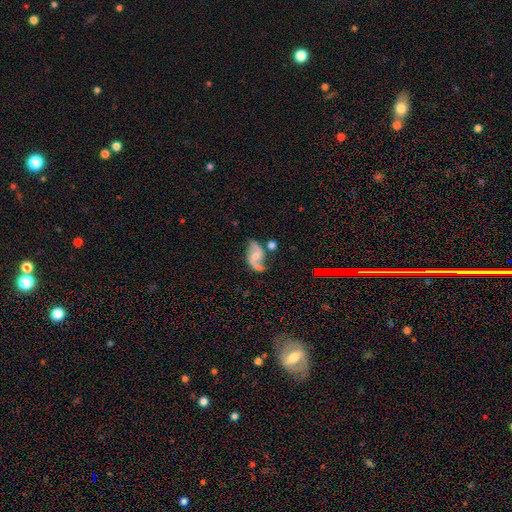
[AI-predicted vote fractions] A featured or disk galaxy (83%) with no bar (50%), 2 (90%) loose (60%) spiral arms (95%) and a small central bulge (45%).

Vote fractions:
- Smooth or featured? featured or disk: 83% / smooth: 11% / star or artifact: 6%
- Edge-on disk? no: 97% / yes: 3%
- Bar? no: 50% / weak: 39% / strong: 11%
- Spiral arms? yes: 95% / no: 5%
- Spiral winding? loose: 60% / medium: 32% / tight: 8%
- Spiral arm count? 2: 90% / 1: 4% / can't tell: 3% / 3: 1% / 4: 1% / more than 4: 1%
- Bulge size? small: 45% / moderate: 44% / none: 7% / large: 3% / dominant: 1%
- Merging? none: 59% / minor disturbance: 21% / merger: 10% / major disturbance: 10%